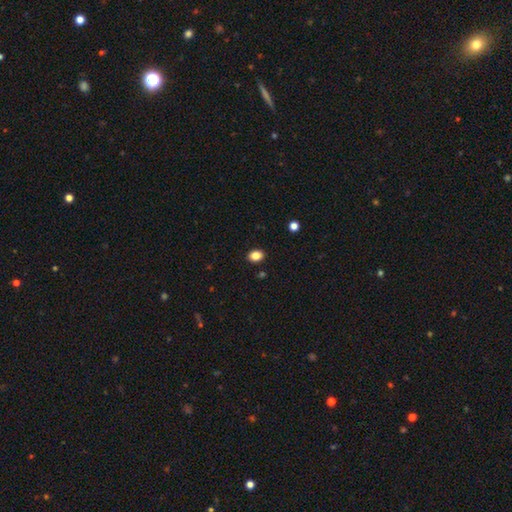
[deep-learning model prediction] smooth 85%, star or artifact 10%, featured or disk 4%. Down the decision tree: how rounded — in between (56%); merging — none (90%).